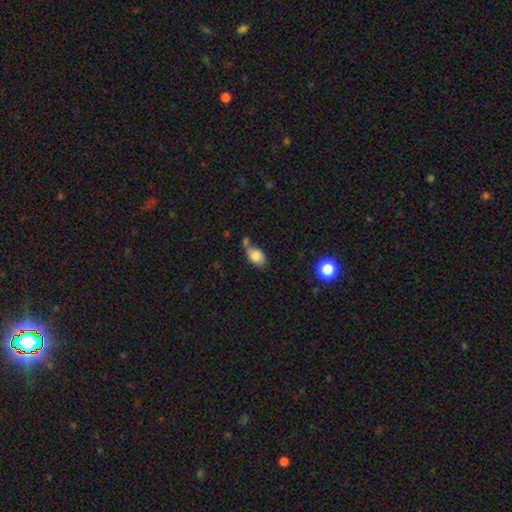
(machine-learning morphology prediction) A smooth galaxy with no disk features (80%) that is in between round and cigar-shaped (85%).

Vote fractions:
- Smooth or featured? smooth: 80% / featured or disk: 10% / star or artifact: 9%
- How rounded? in between: 85% / round: 13% / cigar-shaped: 2%
- Merging? none: 41% / merger: 25% / minor disturbance: 24% / major disturbance: 10%